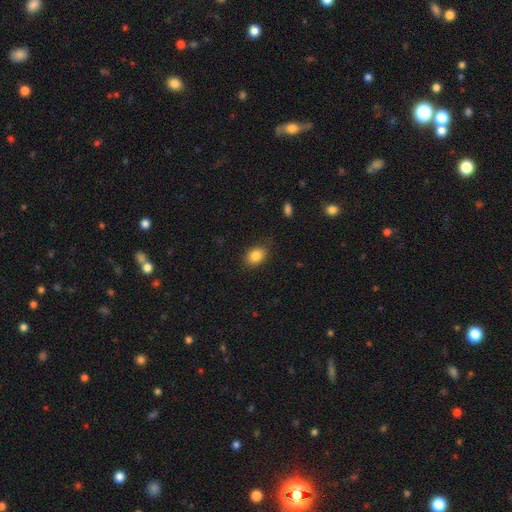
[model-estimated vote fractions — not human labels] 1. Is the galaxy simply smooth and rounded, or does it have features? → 85% smooth, 9% star or artifact, 6% featured or disk.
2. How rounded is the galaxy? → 72% in between, 26% round, 1% cigar-shaped.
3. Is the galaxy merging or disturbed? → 80% none, 16% minor disturbance, 3% major disturbance, 1% merger.